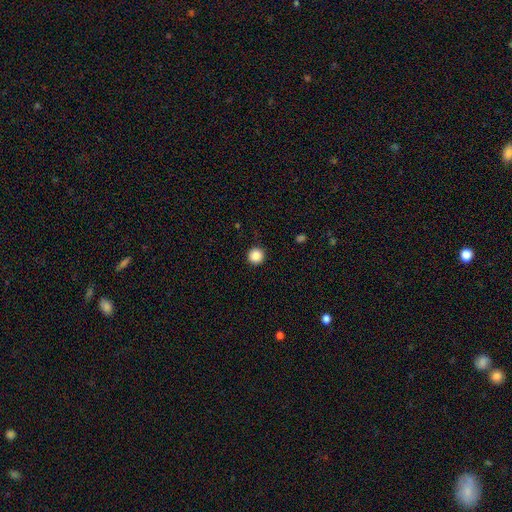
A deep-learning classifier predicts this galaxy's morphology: Smooth or featured? smooth (87%)
How rounded? round (96%)
Merging? none (92%)